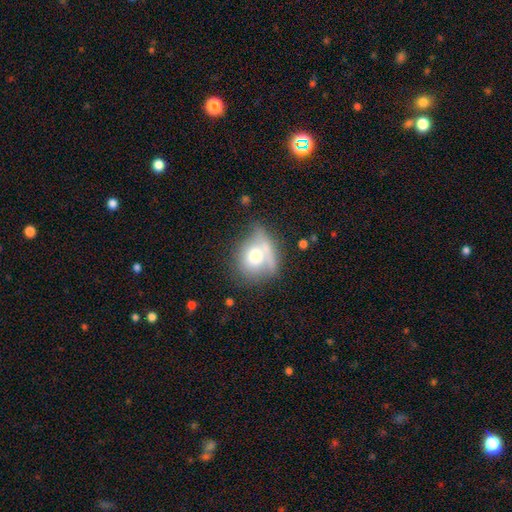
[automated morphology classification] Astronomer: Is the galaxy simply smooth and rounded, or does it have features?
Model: smooth — 63%.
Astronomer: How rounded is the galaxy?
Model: round — 66%.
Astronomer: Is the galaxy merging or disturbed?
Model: none — 39% (runner-up: minor disturbance, 23%).